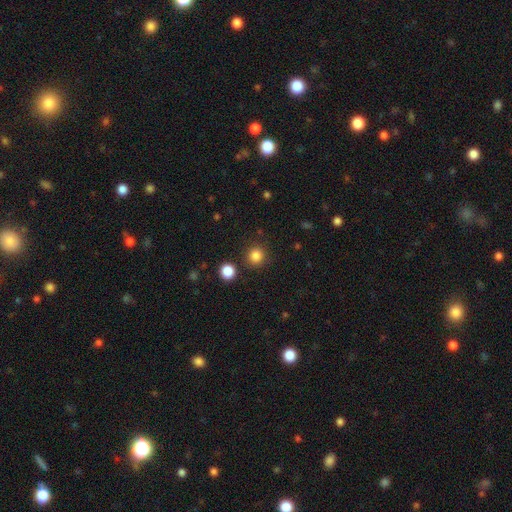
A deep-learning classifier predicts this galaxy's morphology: This is clearly a smooth galaxy (84%). How rounded: clearly round (93%). Merging: clearly none (89%).